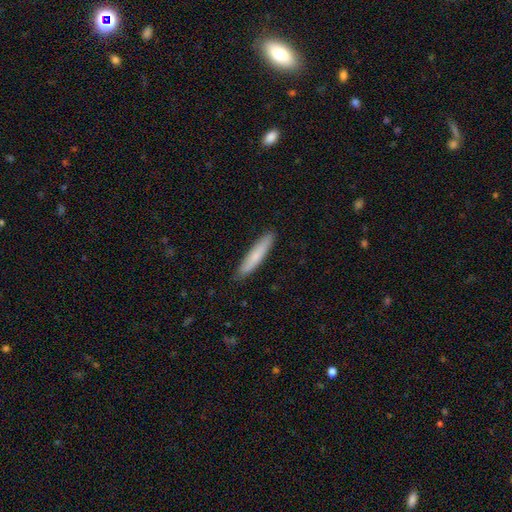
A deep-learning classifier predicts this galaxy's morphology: smooth_or_featured: smooth (p=0.74) [alt: featured or disk p=0.20]
how_rounded: cigar-shaped (p=0.91) [alt: in between p=0.07]
merging: none (p=0.89) [alt: minor disturbance p=0.08]